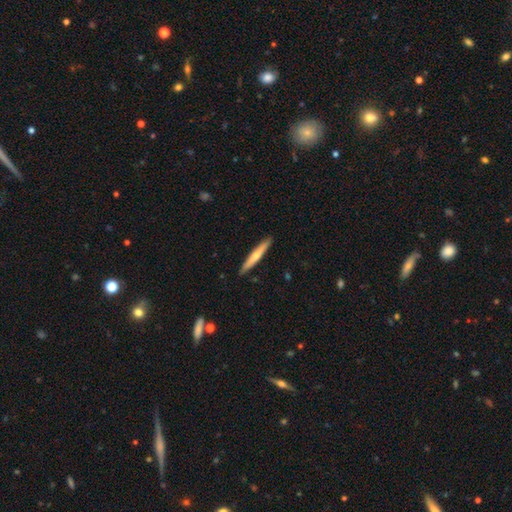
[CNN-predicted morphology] Overall: smooth (52%; featured or disk 43%). How rounded: cigar-shaped (94%). Merging: none (90%).